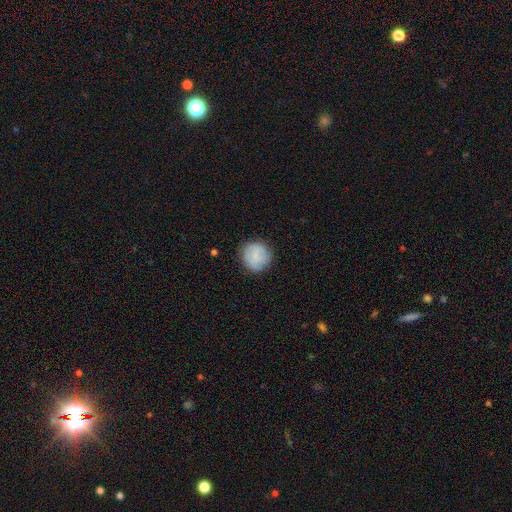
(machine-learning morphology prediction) Overall: smooth (82%). How rounded: round (92%). Merging: none (83%).